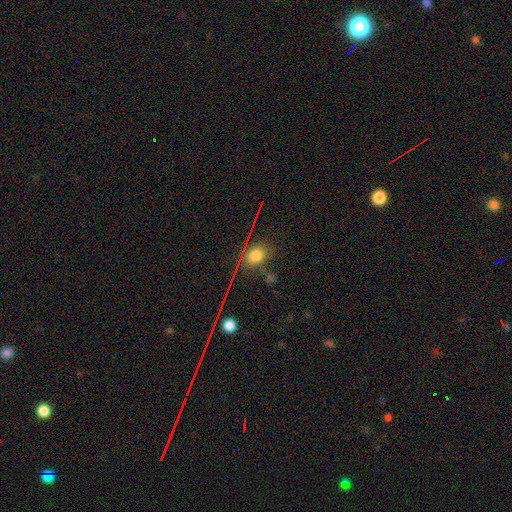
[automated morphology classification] Smooth or featured?
  - smooth: 70% *
  - star or artifact: 22%
  - featured or disk: 9%
How rounded?
  - in between: 49% * (tied)
  - round: 49% * (tied)
  - cigar-shaped: 2%
Merging?
  - none: 77% *
  - minor disturbance: 14%
  - major disturbance: 5%
  - merger: 4%